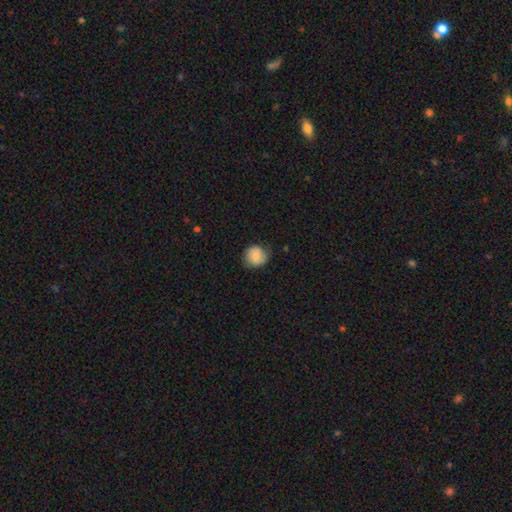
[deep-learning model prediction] The model was most divided on "smooth or featured": smooth: 71%, featured or disk: 22%, star or artifact: 8%. More confident: how rounded — round (83%); merging — none (75%).